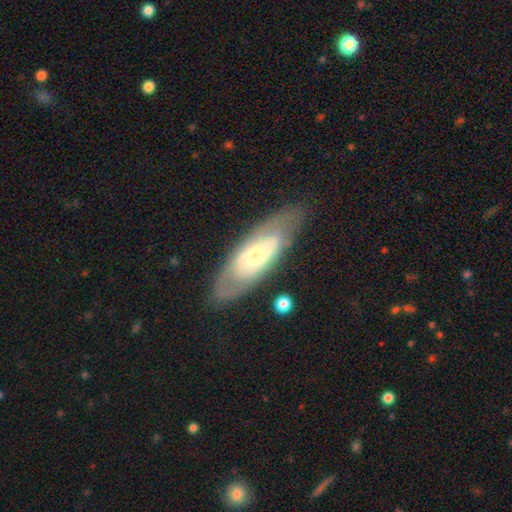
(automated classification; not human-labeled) smooth-or-featured: featured or disk: 60% | smooth: 34% | star or artifact: 6%
  disk-edge-on: no: 79% | yes: 21%
  merging: none: 78% | minor disturbance: 14% | major disturbance: 6% | merger: 2%